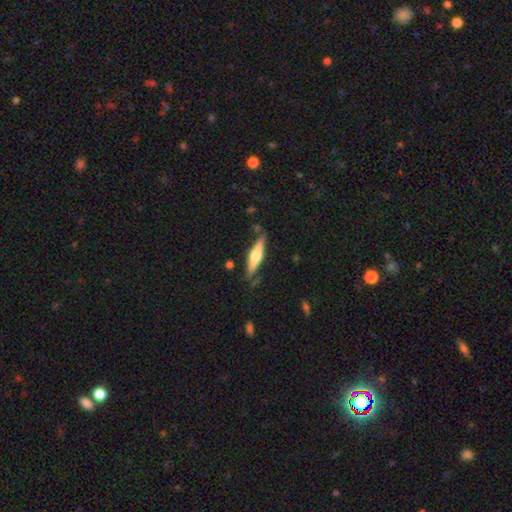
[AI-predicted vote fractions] Smooth or featured? Predicted: featured or disk (p=0.57). Edge-on disk? Predicted: yes (p=0.95). Edge-on bulge? Predicted: rounded (p=0.90). Merging? Predicted: none (p=0.80).